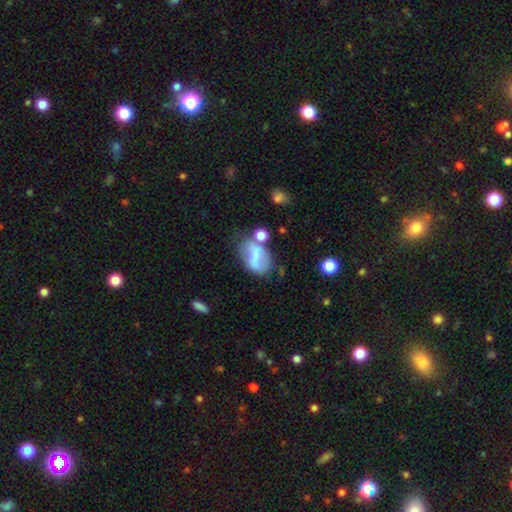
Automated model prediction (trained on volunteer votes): Q: Smooth or featured?
A: smooth (50%); runner-up: featured or disk (39%)
Q: How rounded?
A: in between (78%); runner-up: round (20%)
Q: Merging?
A: none (40%); runner-up: minor disturbance (25%)